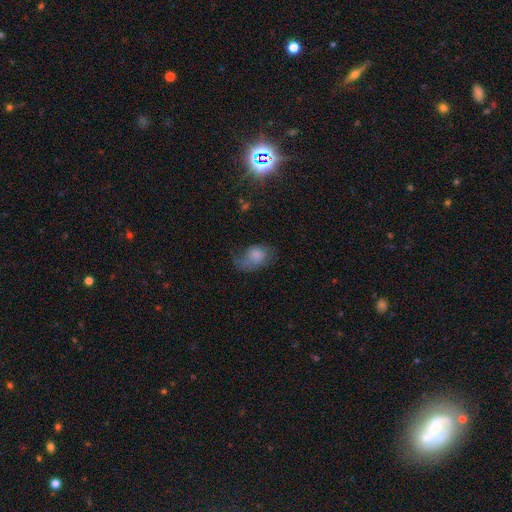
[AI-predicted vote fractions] Smooth or featured? smooth (61%)
How rounded? in between (76%)
Merging? major disturbance (40%)